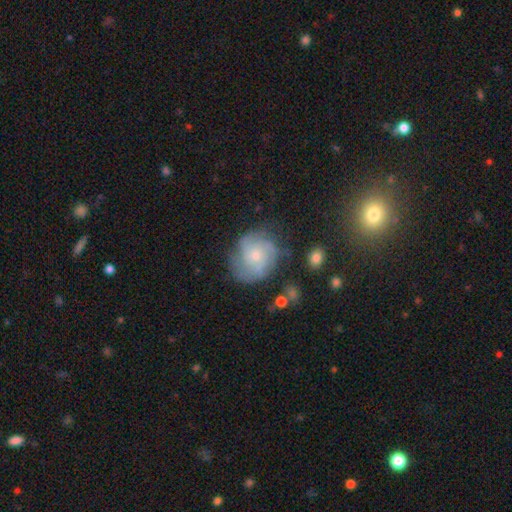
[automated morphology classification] A featured or disk galaxy (64%) with no bar (77%), tight (45%) spiral arms (86%) and a small central bulge (58%). Merging: none (65%).